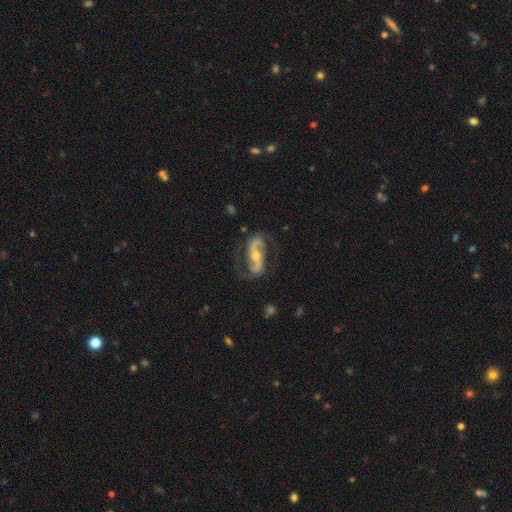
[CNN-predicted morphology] type=featured or disk (88%); edge-on=no (95%); bar=strong (39%); spiral arms=yes (95%); winding=medium (44%); arm count=2 (92%); bulge=moderate (58%); merging=none (74%).